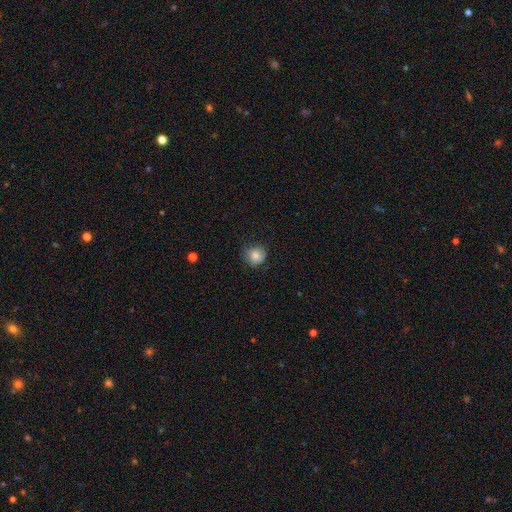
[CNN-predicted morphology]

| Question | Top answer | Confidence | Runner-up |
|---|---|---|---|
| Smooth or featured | smooth | 80% | featured or disk (11%) |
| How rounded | round | 86% | in between (13%) |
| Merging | none | 70% | minor disturbance (23%) |